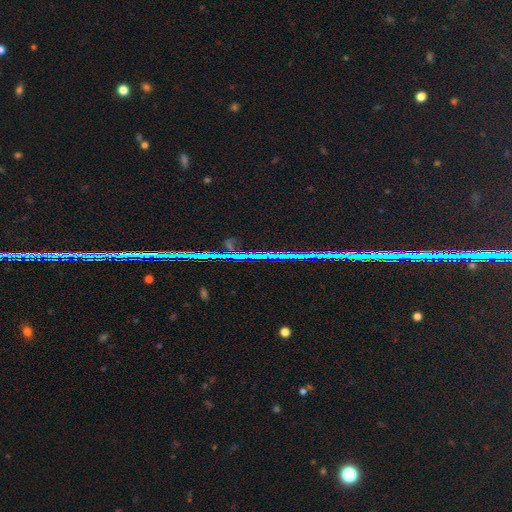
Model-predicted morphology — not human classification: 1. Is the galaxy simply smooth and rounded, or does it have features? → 84% star or artifact, 9% featured or disk, 7% smooth.